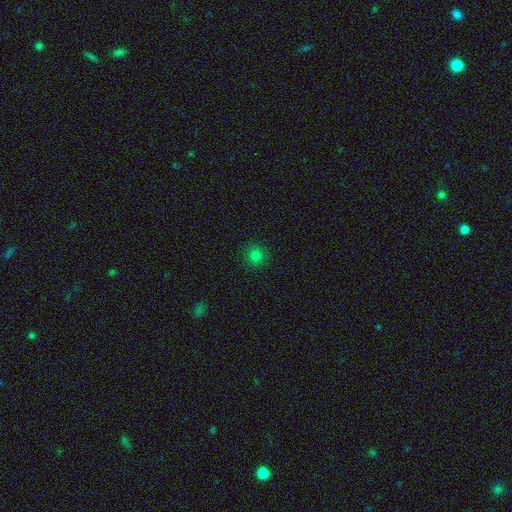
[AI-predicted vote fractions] Q: Smooth or featured?
A: smooth (79%); runner-up: star or artifact (16%)
Q: How rounded?
A: round (91%); runner-up: in between (8%)
Q: Merging?
A: none (91%); runner-up: minor disturbance (6%)